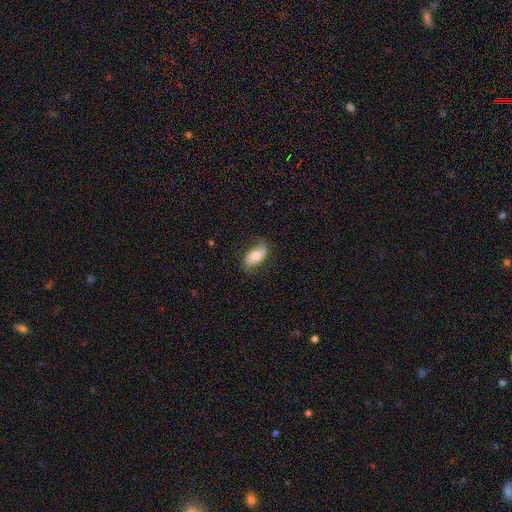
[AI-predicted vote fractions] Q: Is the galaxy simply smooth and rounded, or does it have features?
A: smooth — 61%.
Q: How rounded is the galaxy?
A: in between — 90%.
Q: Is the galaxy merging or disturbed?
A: none — 75%.